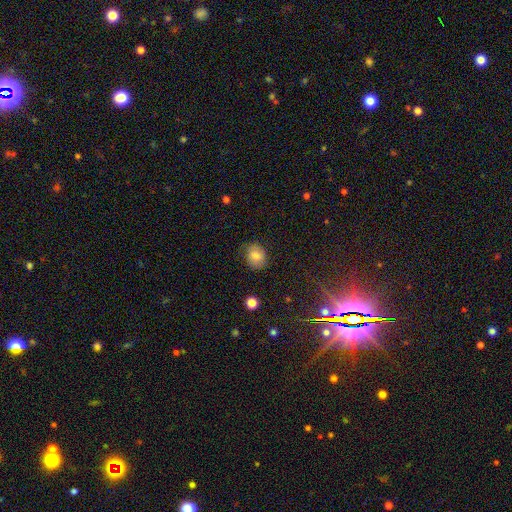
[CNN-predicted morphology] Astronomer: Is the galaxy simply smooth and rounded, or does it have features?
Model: smooth — 72%.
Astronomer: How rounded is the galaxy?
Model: round — 62% (runner-up: in between, 37%).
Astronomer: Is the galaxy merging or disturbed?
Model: none — 72%.